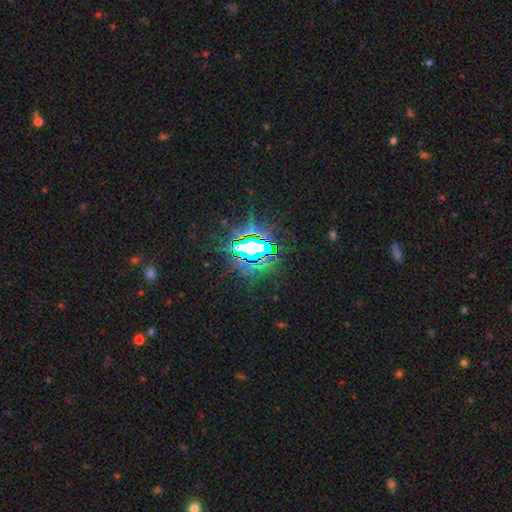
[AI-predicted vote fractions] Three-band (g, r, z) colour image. It shows a star or artifact, not a galaxy (84%).